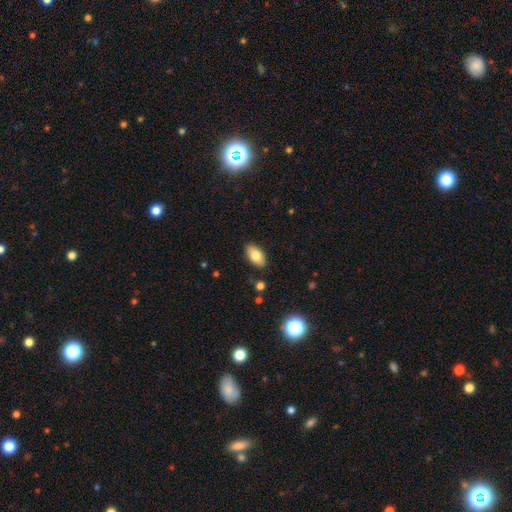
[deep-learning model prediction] Smooth or featured: smooth — 78% (featured or disk — 15%)
How rounded: in between — 92% (round — 4%)
Merging: none — 88% (minor disturbance — 9%)